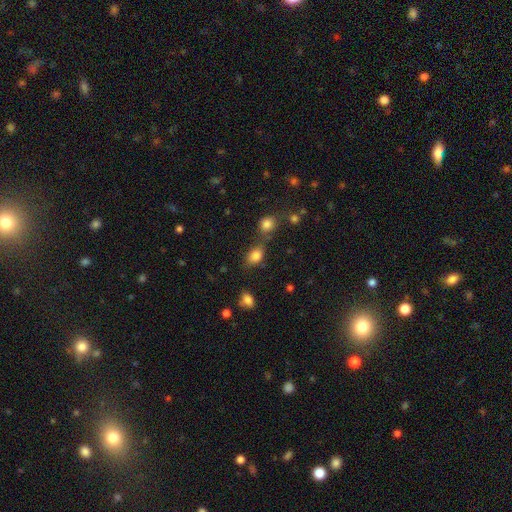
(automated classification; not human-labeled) The model was most divided on "merging": none: 55%, merger: 22%, minor disturbance: 17%, major disturbance: 6%. More confident: smooth or featured — smooth (81%); how rounded — in between (75%).